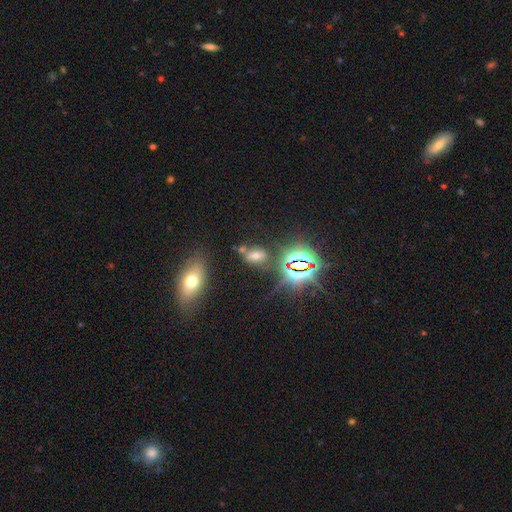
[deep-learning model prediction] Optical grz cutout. It shows a smooth galaxy with no disk features (46%). Merging: none (63%).